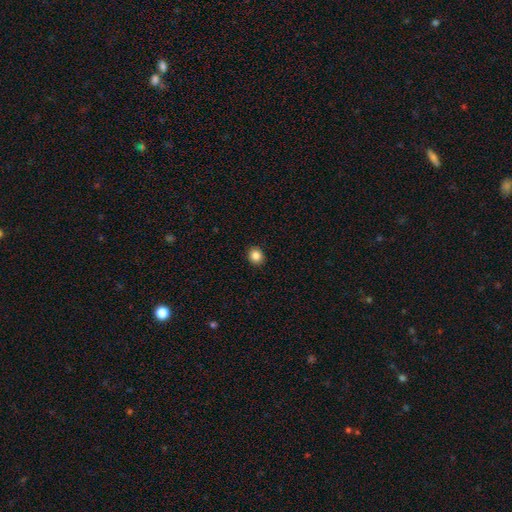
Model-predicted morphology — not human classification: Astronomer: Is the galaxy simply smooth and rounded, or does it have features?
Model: smooth — 84%.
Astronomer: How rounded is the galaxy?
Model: round — 81%.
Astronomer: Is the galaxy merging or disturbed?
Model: none — 92%.